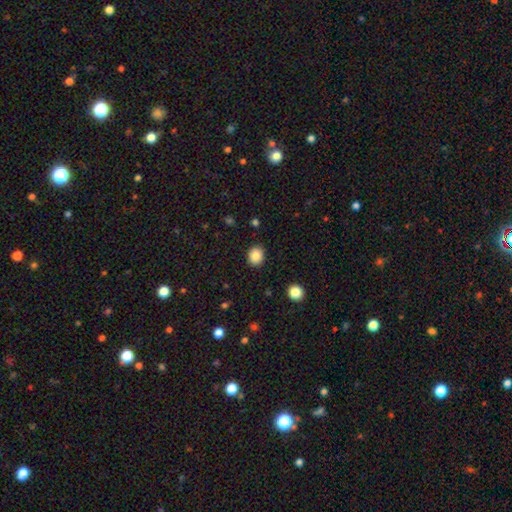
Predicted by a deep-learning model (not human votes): This is clearly a smooth galaxy (86%). How rounded: likely round (67%). Merging: clearly none (90%).